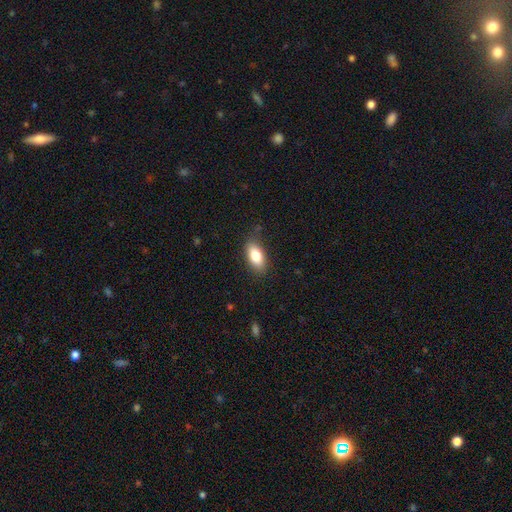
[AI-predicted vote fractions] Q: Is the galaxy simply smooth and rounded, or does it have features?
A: smooth — 82%.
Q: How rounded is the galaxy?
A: in between — 88%.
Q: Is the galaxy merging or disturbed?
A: none — 84%.